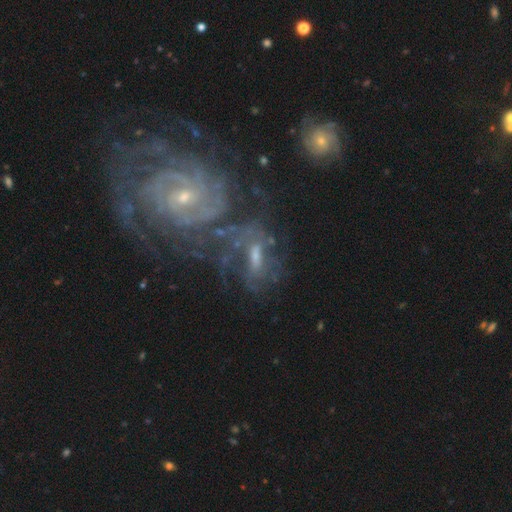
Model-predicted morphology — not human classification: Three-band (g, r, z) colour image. It shows a featured or disk galaxy (73%) with a weak bar (42%), tight (49%) spiral arms (80%) and a small central bulge (44%). Merging: none (39%).